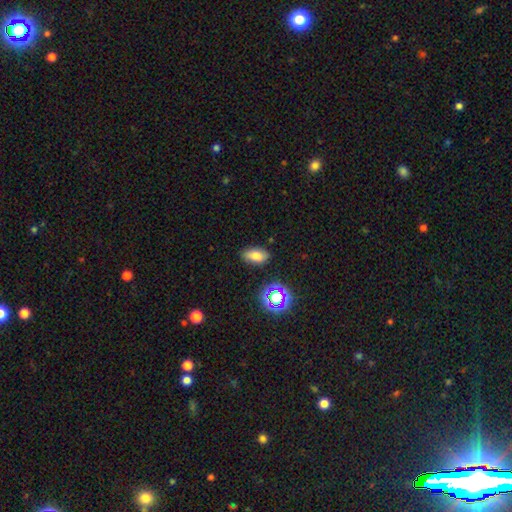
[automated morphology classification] Q: Smooth or featured?
A: smooth (72%); runner-up: star or artifact (16%)
Q: How rounded?
A: in between (90%); runner-up: round (7%)
Q: Merging?
A: none (81%); runner-up: minor disturbance (14%)